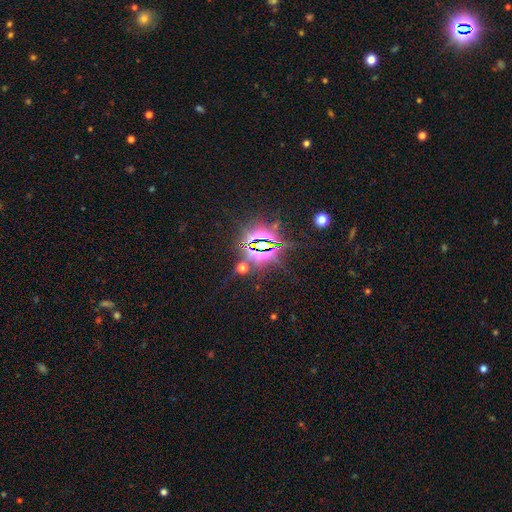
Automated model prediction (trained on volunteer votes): This appears to be a star or artifact, not a galaxy (79%).